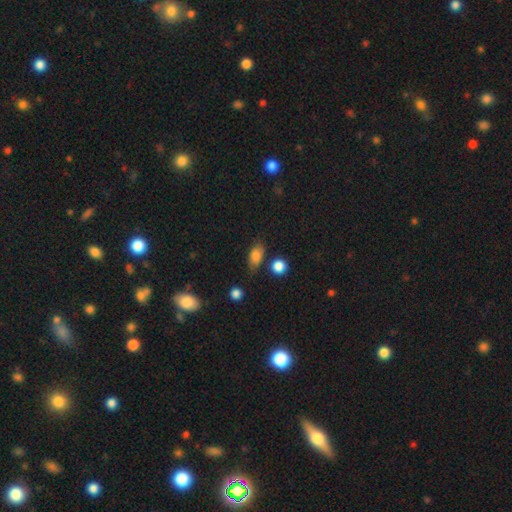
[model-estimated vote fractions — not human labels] Smooth or featured: smooth — 81% (star or artifact — 10%)
How rounded: in between — 79% (round — 14%)
Merging: none — 69% (minor disturbance — 20%)